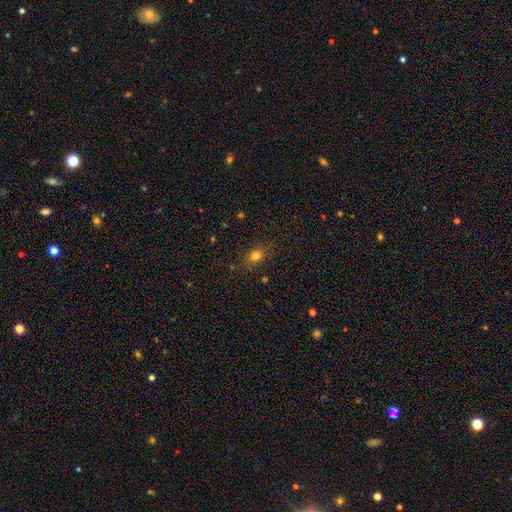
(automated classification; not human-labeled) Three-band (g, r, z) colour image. It shows a smooth galaxy with no disk features (77%) that is round (54%). Merging: none (84%).